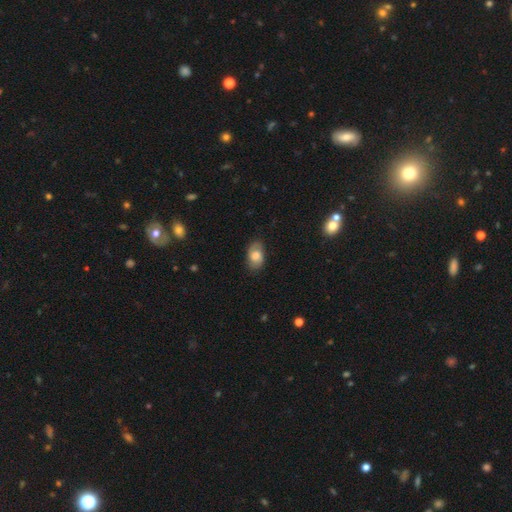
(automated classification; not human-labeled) Overall: smooth (64%; featured or disk 28%). How rounded: in between (88%). Merging: none (78%).